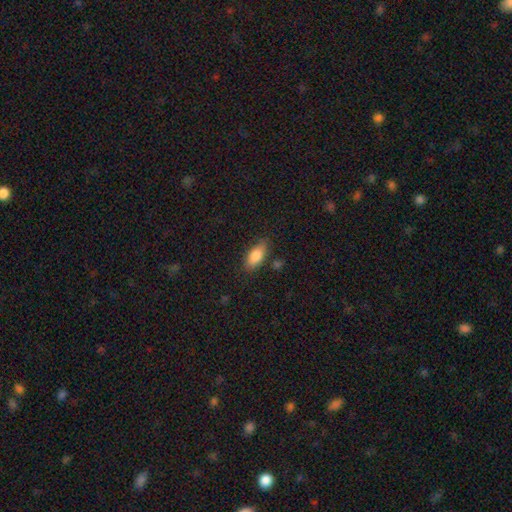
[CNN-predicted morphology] A smooth galaxy with no disk features (83%) that is in between round and cigar-shaped (85%). Merging: none (78%).